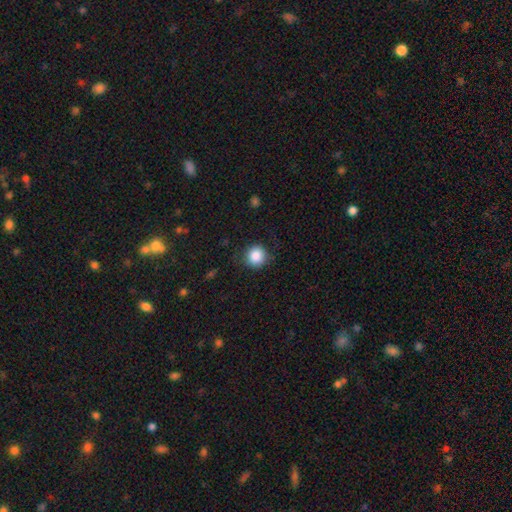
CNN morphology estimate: A smooth galaxy with no disk features (86%) that is round (91%). Merging: none (84%).